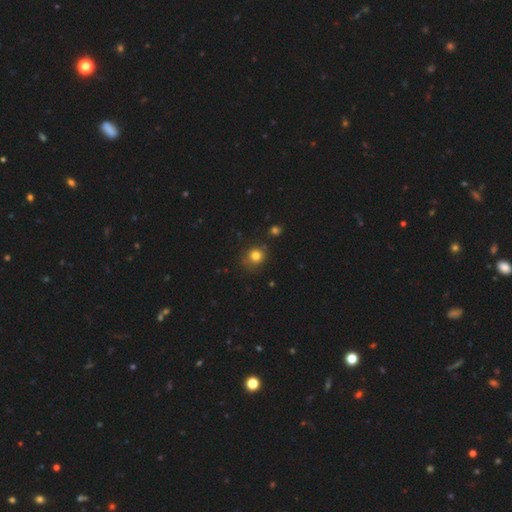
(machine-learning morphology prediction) Smooth or featured?
  - smooth: 80% *
  - star or artifact: 13%
  - featured or disk: 7%
How rounded?
  - round: 81% *
  - in between: 18%
  - cigar-shaped: 1%
Merging?
  - none: 73% *
  - minor disturbance: 18%
  - major disturbance: 5%
  - merger: 4%